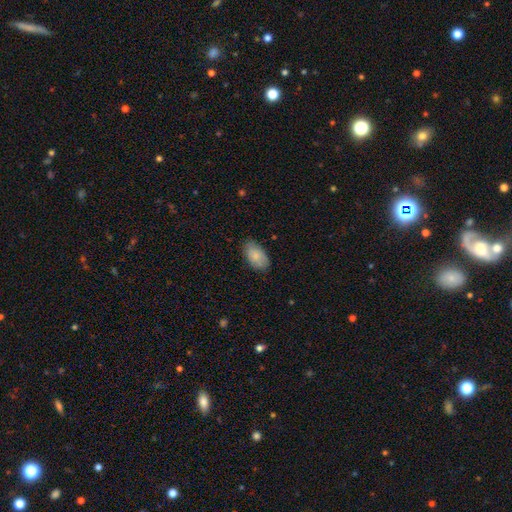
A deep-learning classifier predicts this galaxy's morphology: Smooth or featured?
  - smooth: 83% *
  - featured or disk: 10%
  - star or artifact: 6%
How rounded?
  - in between: 94% *
  - round: 4%
  - cigar-shaped: 2%
Merging?
  - none: 78% *
  - minor disturbance: 18%
  - major disturbance: 3%
  - merger: 1%